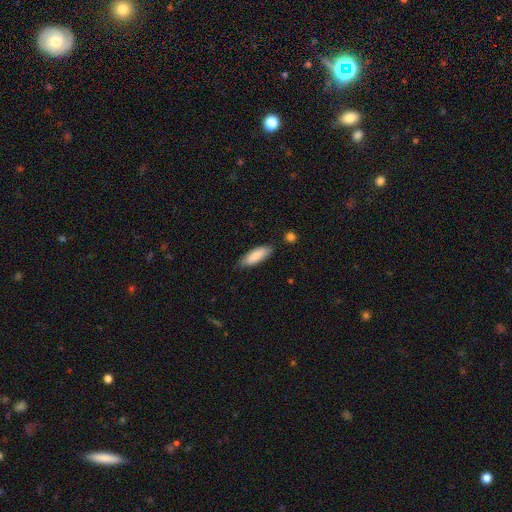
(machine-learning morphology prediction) Smooth or featured: smooth — 86% (featured or disk — 8%)
How rounded: in between — 62% (cigar-shaped — 37%)
Merging: none — 80% (minor disturbance — 15%)